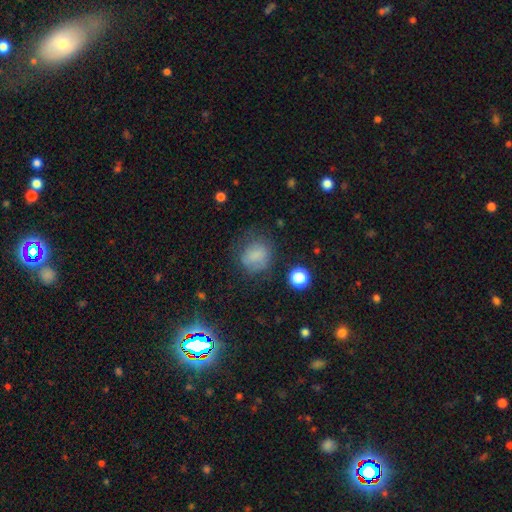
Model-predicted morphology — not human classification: type=smooth (74%); roundness=round (62%); merging=none (58%).